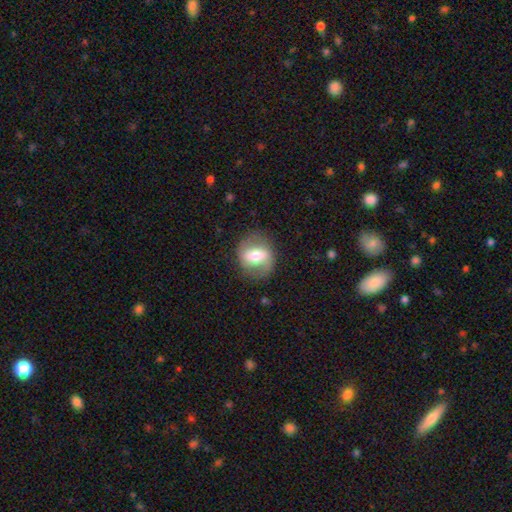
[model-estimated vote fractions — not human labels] Smooth or featured? featured or disk (52%)
Edge-on disk? no (93%)
Merging? none (77%)